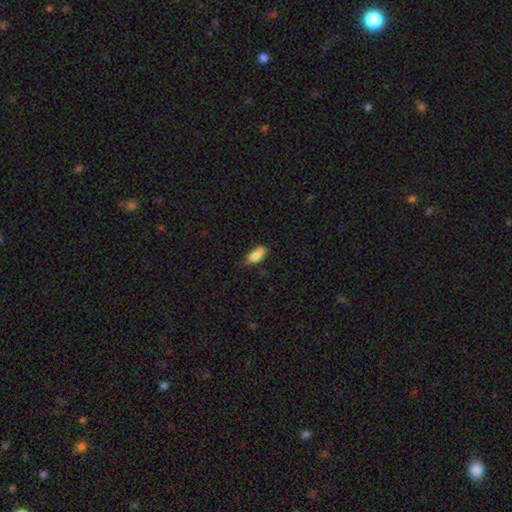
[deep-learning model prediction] This appears to be a smooth galaxy with no disk features (77%) that is in between round and cigar-shaped (82%). Merging: none (56%).